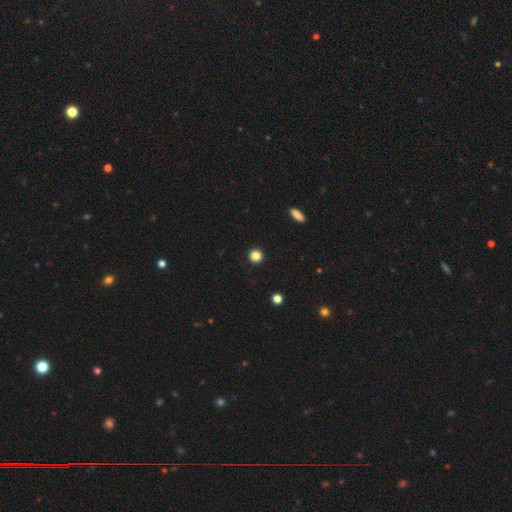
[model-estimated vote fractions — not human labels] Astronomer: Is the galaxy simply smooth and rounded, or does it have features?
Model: smooth — 85%.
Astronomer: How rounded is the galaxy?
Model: round — 95%.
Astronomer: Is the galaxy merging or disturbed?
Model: none — 93%.